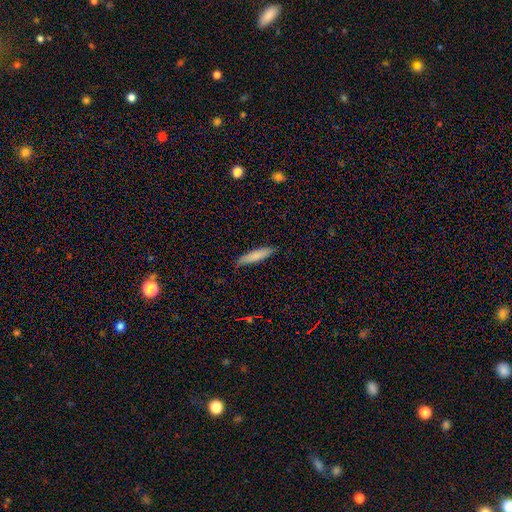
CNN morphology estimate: Smooth or featured?
  - smooth: 81% *
  - featured or disk: 13%
  - star or artifact: 6%
How rounded?
  - cigar-shaped: 84% *
  - in between: 15%
  - round: 1%
Merging?
  - none: 86% *
  - minor disturbance: 11%
  - major disturbance: 2%
  - merger: 1%